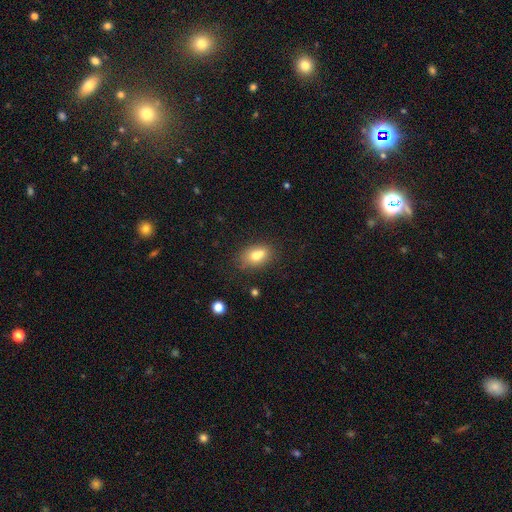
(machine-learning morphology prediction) Overall: smooth (72%). How rounded: in between (80%). Merging: none (52%; merger 25%).